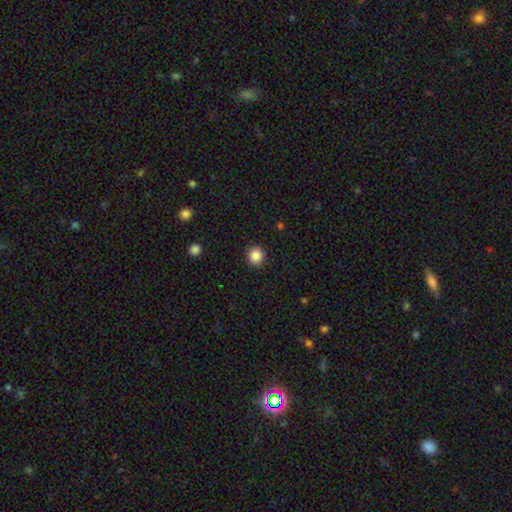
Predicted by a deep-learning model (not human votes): This is clearly a smooth galaxy (87%). How rounded: clearly round (93%). Merging: clearly none (93%).